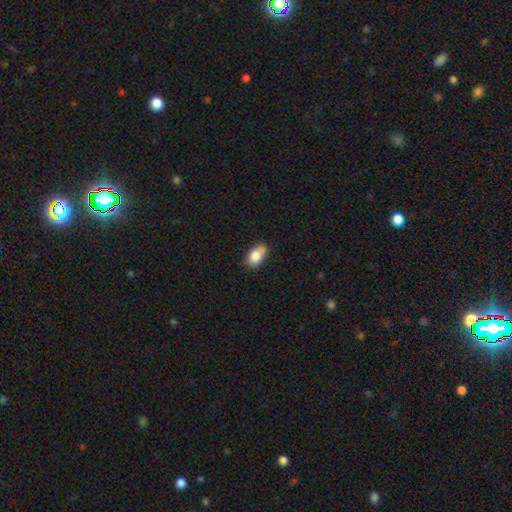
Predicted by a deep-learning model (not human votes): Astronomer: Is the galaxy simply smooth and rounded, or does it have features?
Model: smooth — 82%.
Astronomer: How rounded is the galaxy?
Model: in between — 87%.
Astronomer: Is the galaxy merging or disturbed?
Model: none — 55%.